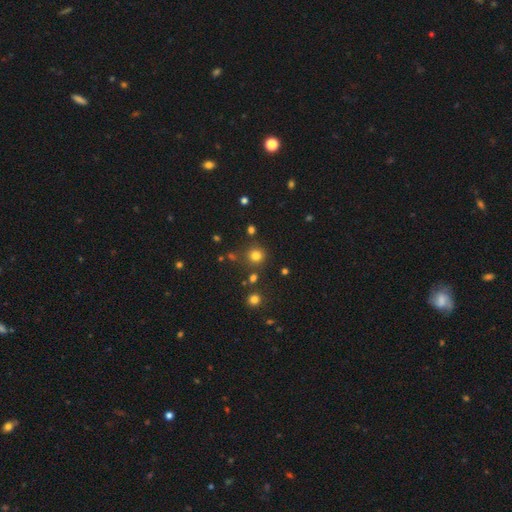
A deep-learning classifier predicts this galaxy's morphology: Smooth or featured? smooth (77%)
How rounded? round (93%)
Merging? none (84%)